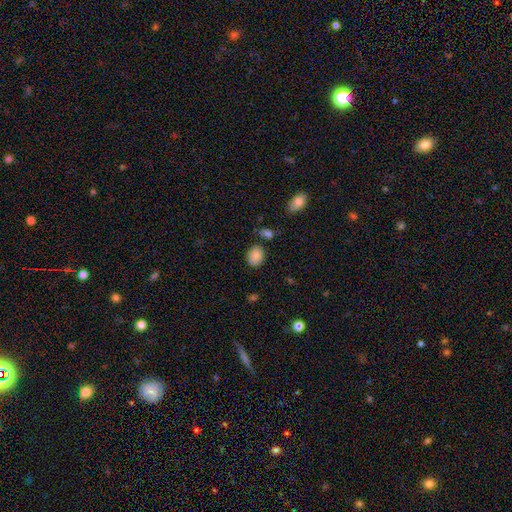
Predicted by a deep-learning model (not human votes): The model was most divided on "how rounded": in between: 54%, round: 45%, cigar-shaped: 1%. More confident: smooth or featured — smooth (86%); merging — none (76%).